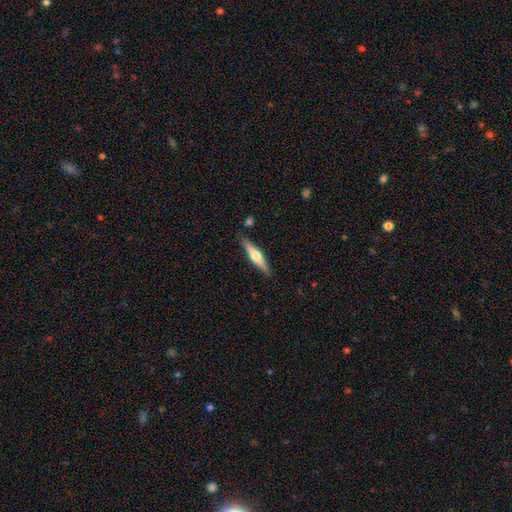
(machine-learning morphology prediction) Smooth or featured? Predicted: featured or disk (p=0.60). Edge-on disk? Predicted: yes (p=0.96). Edge-on bulge? Predicted: rounded (p=0.90). Merging? Predicted: none (p=0.87).